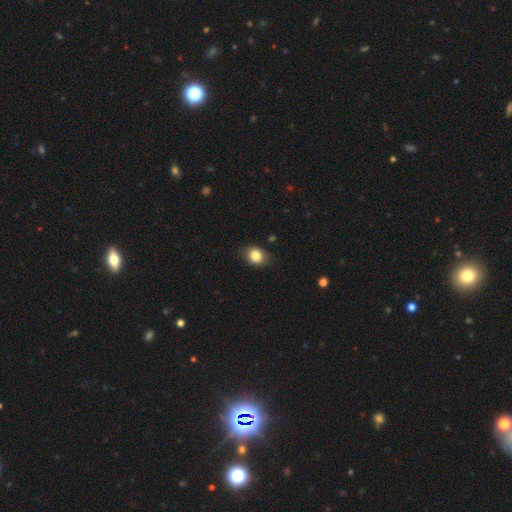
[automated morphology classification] A smooth galaxy with no disk features (84%) that is round (53%). Merging: none (81%).